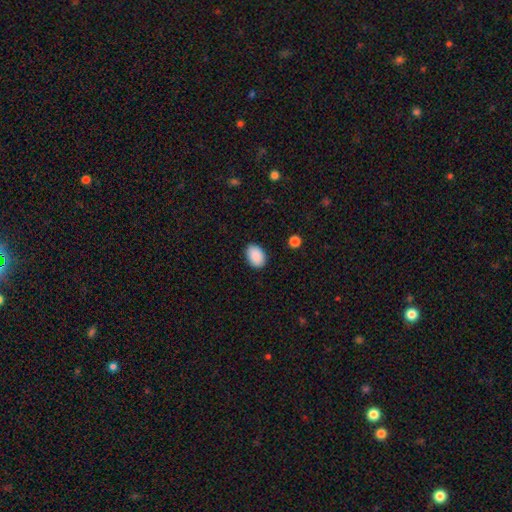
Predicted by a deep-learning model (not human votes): Q: Smooth or featured?
A: smooth (90%); runner-up: star or artifact (7%)
Q: How rounded?
A: in between (87%); runner-up: round (12%)
Q: Merging?
A: none (88%); runner-up: minor disturbance (8%)